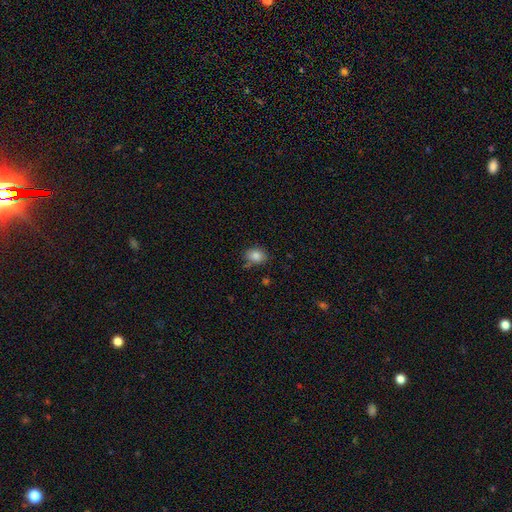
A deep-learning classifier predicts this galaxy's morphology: type=smooth (84%); roundness=in between (63%); merging=none (73%).